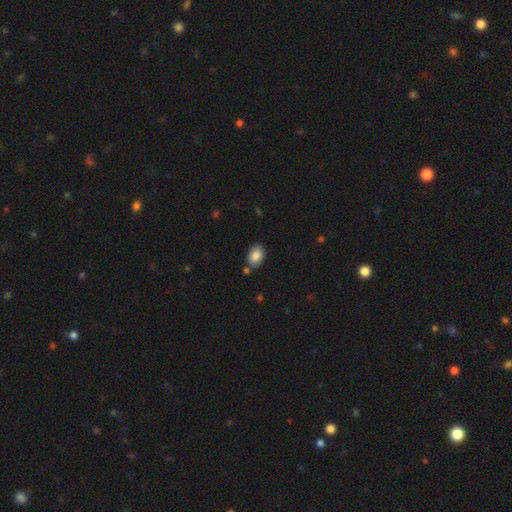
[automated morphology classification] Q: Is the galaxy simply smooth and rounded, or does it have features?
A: smooth — 86%.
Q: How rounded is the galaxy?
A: in between — 86%.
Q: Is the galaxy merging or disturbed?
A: none — 76%.